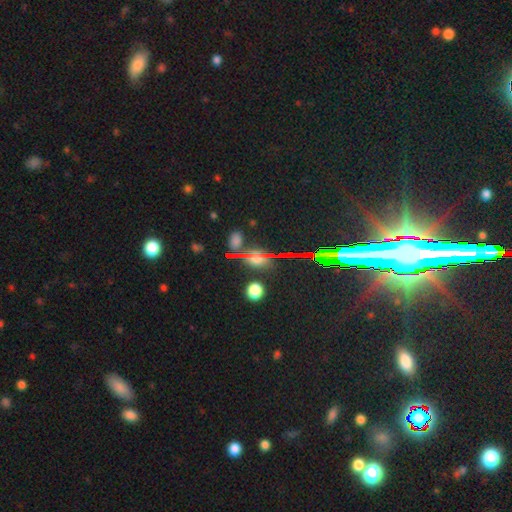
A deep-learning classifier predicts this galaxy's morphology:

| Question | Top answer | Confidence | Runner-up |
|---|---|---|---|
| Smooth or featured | star or artifact | 49% | featured or disk (30%) |